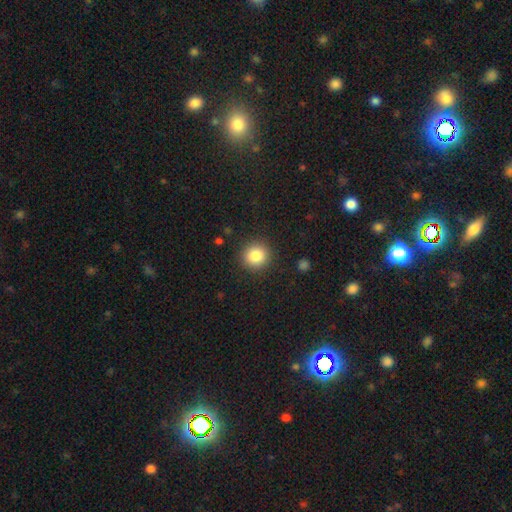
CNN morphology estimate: The model was most divided on "smooth or featured": smooth: 84%, star or artifact: 10%, featured or disk: 6%. More confident: merging — none (90%); how rounded — round (89%).